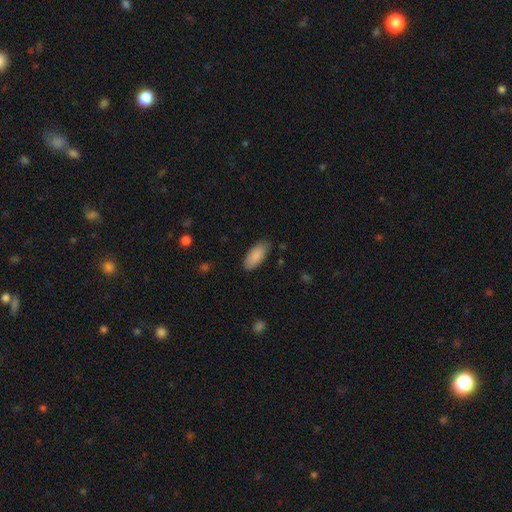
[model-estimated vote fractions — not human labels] The model was most divided on "merging": none: 84%, minor disturbance: 13%, major disturbance: 2%, merger: 1%. More confident: smooth or featured — smooth (88%); how rounded — in between (86%).